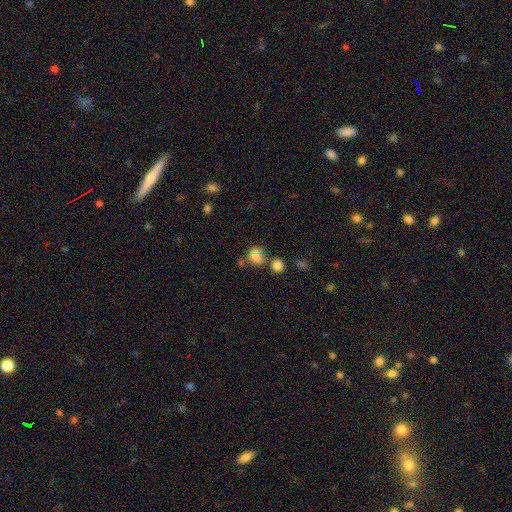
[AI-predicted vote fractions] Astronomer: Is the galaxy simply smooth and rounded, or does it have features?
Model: smooth — 66%.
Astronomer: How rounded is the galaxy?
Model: round — 53% (runner-up: in between, 45%).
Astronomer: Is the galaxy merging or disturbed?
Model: none — 39% (runner-up: merger, 32%).